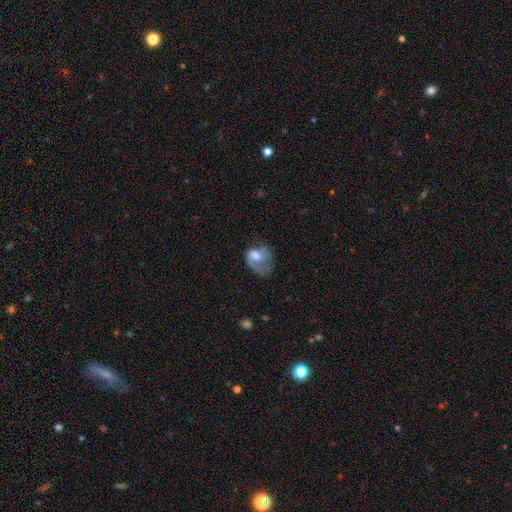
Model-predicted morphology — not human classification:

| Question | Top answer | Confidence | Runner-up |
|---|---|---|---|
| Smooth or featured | smooth | 51% | featured or disk (41%) |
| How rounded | in between | 62% | round (37%) |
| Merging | major disturbance | 48% | none (25%) |